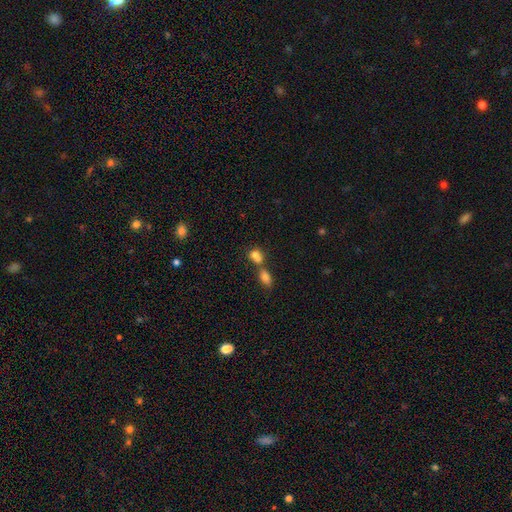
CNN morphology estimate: smooth_or_featured: smooth (p=0.79) [alt: star or artifact p=0.11]
how_rounded: in between (p=0.55) [alt: round p=0.42]
merging: merger (p=0.59) [alt: none p=0.29]